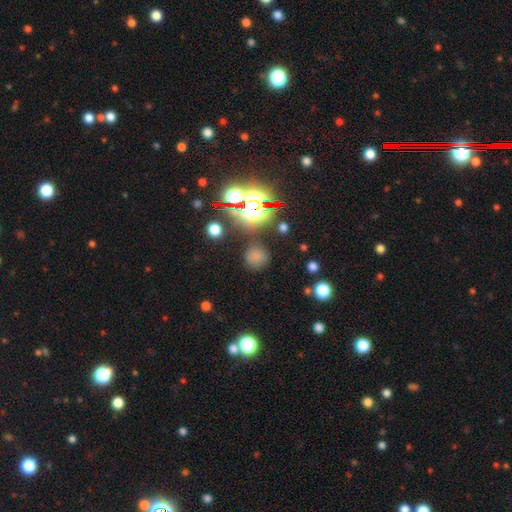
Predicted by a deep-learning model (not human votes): This appears to be a smooth galaxy with no disk features (62%) that is round (87%). Merging: none (75%).